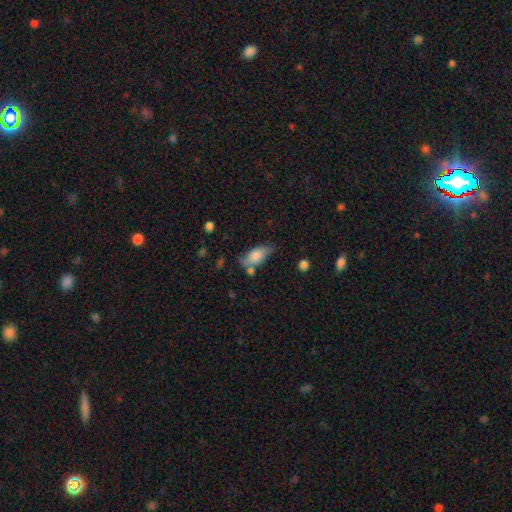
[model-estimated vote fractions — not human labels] This appears to be a smooth galaxy with no disk features (74%) that is in between round and cigar-shaped (87%). Merging: none (53%).